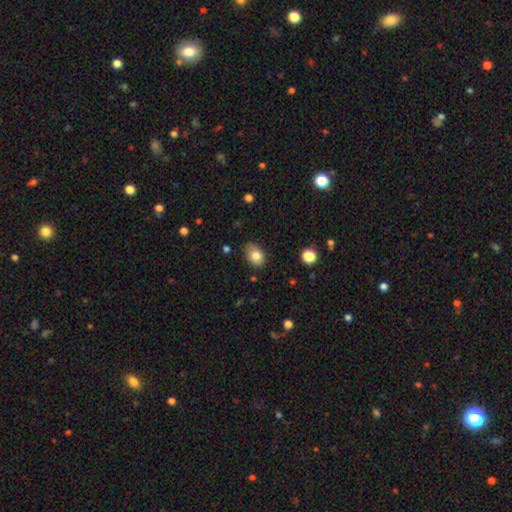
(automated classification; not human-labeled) smooth_or_featured: smooth (p=0.81) [alt: featured or disk p=0.10]
how_rounded: in between (p=0.75) [alt: round p=0.24]
merging: none (p=0.71) [alt: minor disturbance p=0.23]